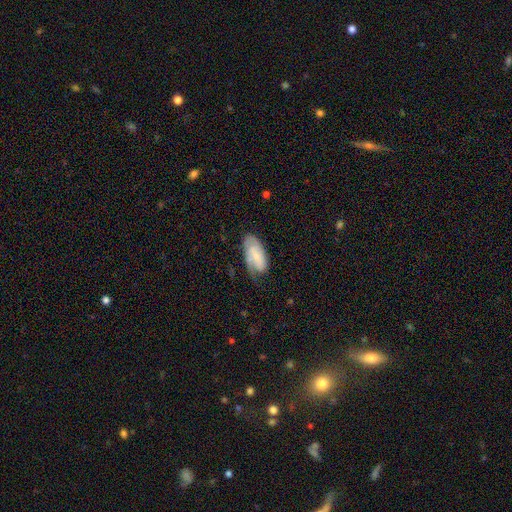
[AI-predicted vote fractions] Morphology: type=featured or disk (57%); edge-on=no (93%); bar=no (49%); spiral arms=yes (85%); bulge=small (63%); merging=none (52%).